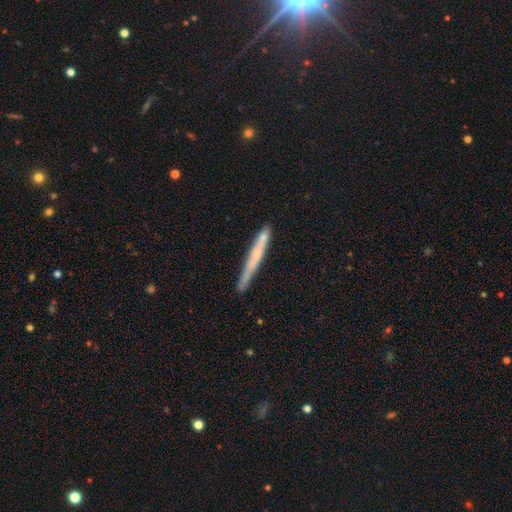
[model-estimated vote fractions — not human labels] Smooth or featured: smooth — 51% (featured or disk — 43%)
How rounded: cigar-shaped — 97% (in between — 2%)
Merging: none — 80% (minor disturbance — 14%)